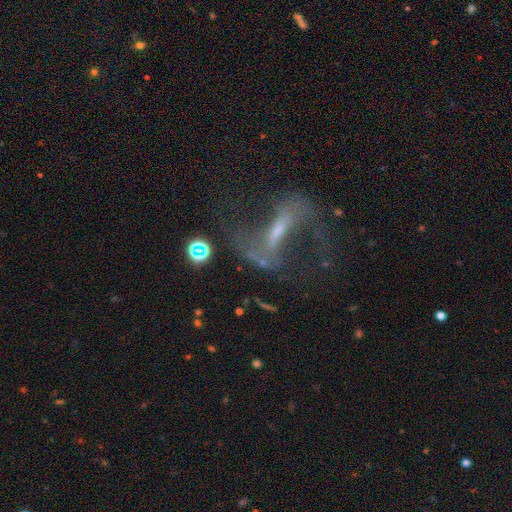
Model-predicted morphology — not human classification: Smooth or featured? featured or disk (77%)
Edge-on disk? no (88%)
Bar? strong (51%)
Spiral arms? yes (85%)
Spiral winding? loose (72%)
Spiral arm count? 2 (87%)
Bulge size? small (58%)
Merging? none (55%)